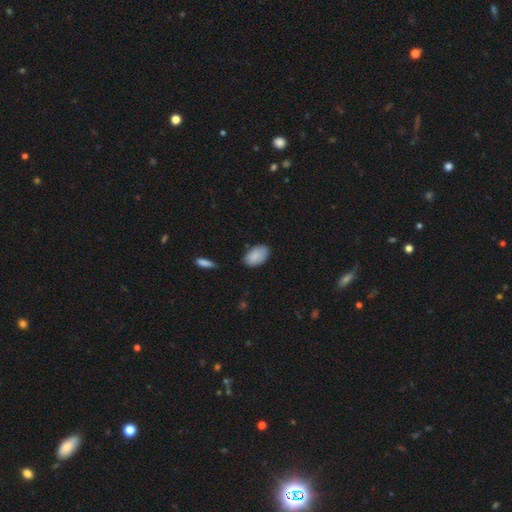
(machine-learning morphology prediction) A smooth galaxy with no disk features (88%) that is in between round and cigar-shaped (93%).

Vote fractions:
- Smooth or featured? smooth: 88% / star or artifact: 7% / featured or disk: 5%
- How rounded? in between: 93% / round: 5% / cigar-shaped: 1%
- Merging? none: 75% / minor disturbance: 20% / major disturbance: 3% / merger: 2%